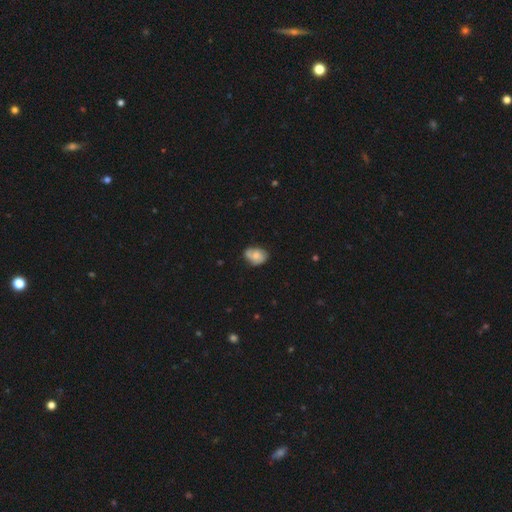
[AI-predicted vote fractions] Morphology: type=smooth (56%); roundness=in between (71%); merging=none (60%).